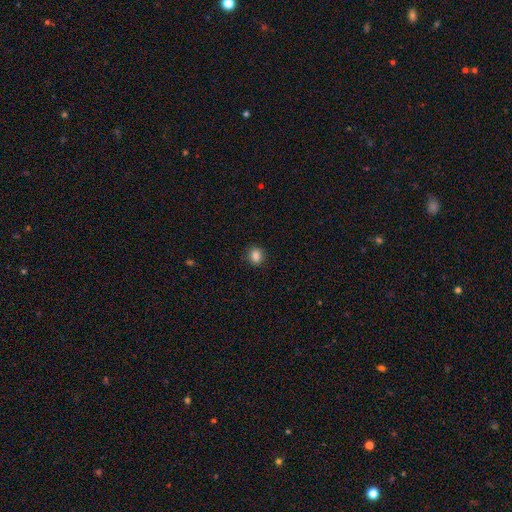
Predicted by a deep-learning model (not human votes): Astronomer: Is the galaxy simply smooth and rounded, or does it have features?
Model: smooth — 86%.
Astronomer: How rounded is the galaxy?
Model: round — 55% (runner-up: in between, 43%).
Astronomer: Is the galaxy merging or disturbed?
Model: none — 88%.